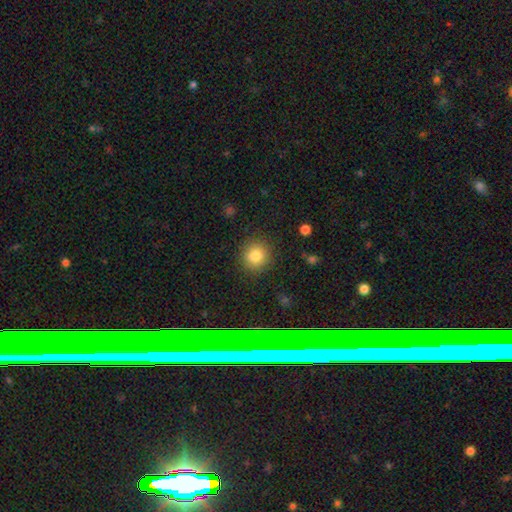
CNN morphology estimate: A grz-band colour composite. It shows a smooth galaxy with no disk features (80%) that is round (90%). Merging: none (88%).